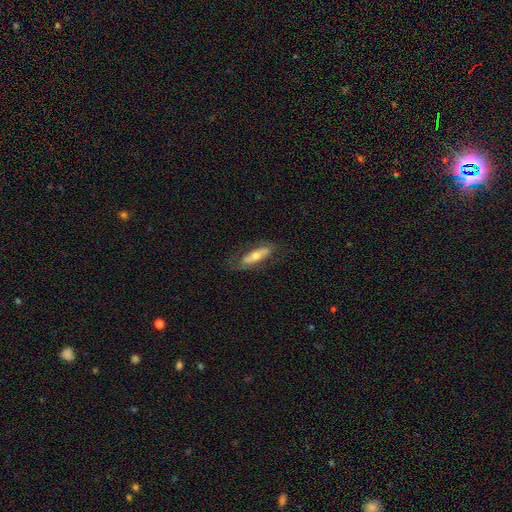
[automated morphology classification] Smooth or featured? smooth (49%)
Merging? none (73%)